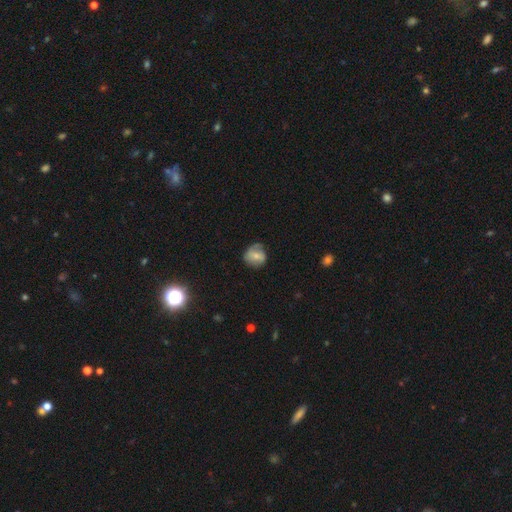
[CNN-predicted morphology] This appears to be a smooth galaxy with no disk features (52%) that is round (75%). Merging: none (59%).